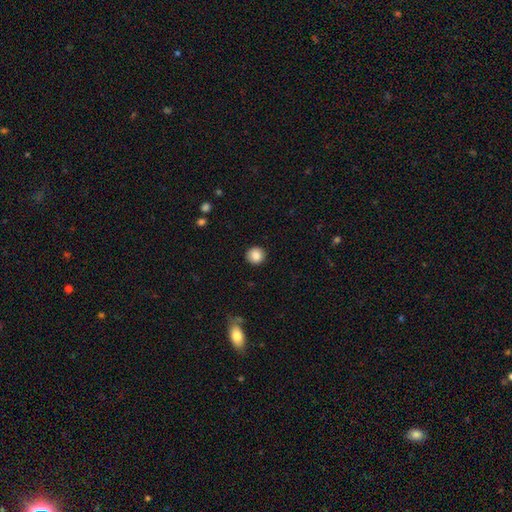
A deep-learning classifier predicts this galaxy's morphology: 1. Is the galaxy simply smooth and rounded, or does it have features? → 87% smooth, 9% star or artifact, 3% featured or disk.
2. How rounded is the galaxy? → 93% round, 6% in between, 1% cigar-shaped.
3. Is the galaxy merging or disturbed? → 92% none, 6% minor disturbance, 2% major disturbance, 1% merger.